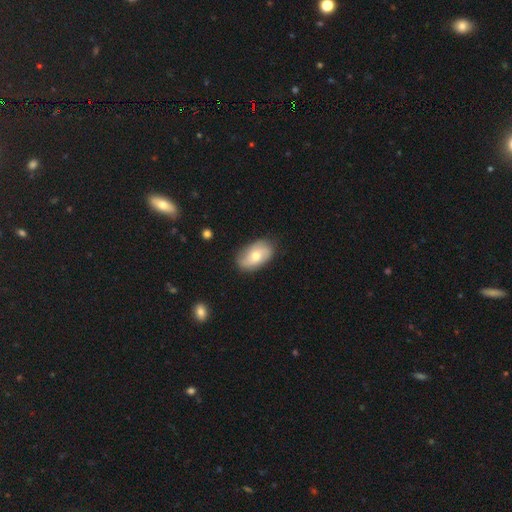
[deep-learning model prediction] Smooth or featured? smooth (56%)
How rounded? in between (91%)
Merging? none (79%)